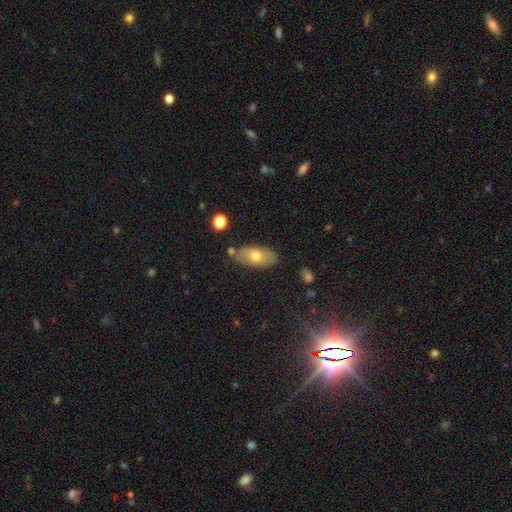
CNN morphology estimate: A smooth galaxy with no disk features (68%) that is in between round and cigar-shaped (89%). Merging: none (78%).